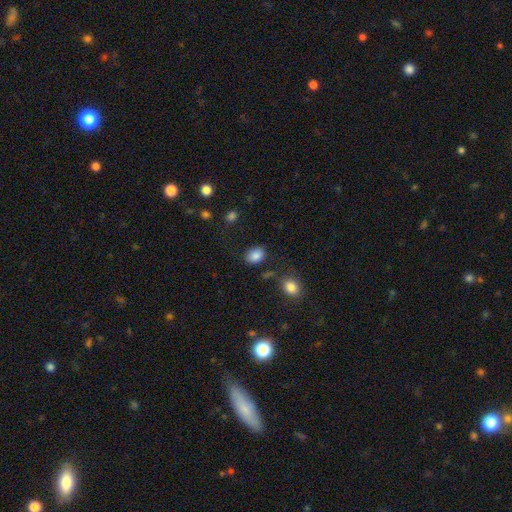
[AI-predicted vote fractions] This appears to be a smooth galaxy with no disk features (86%) that is in between round and cigar-shaped (72%). Merging: none (78%).